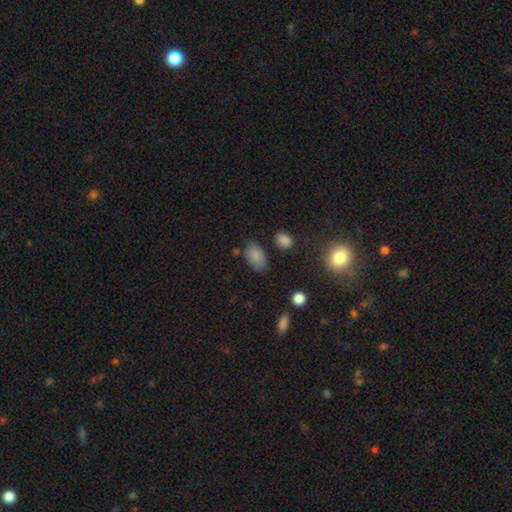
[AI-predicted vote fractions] The model was most divided on "merging": none: 72%, minor disturbance: 18%, merger: 5%, major disturbance: 5%. More confident: how rounded — in between (91%); smooth or featured — smooth (84%).